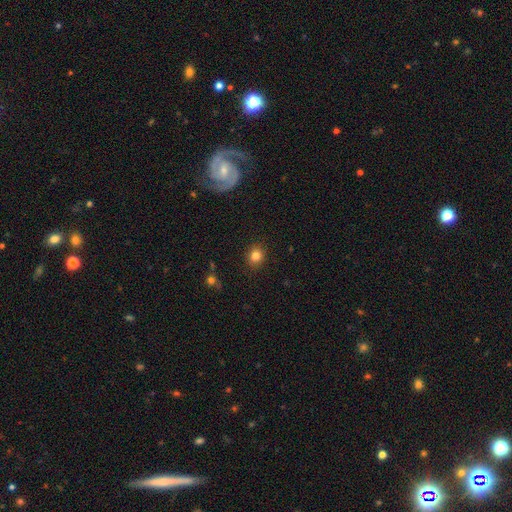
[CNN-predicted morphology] Smooth or featured? Predicted: smooth (p=0.82). How rounded? Predicted: round (p=0.80). Merging? Predicted: none (p=0.90).